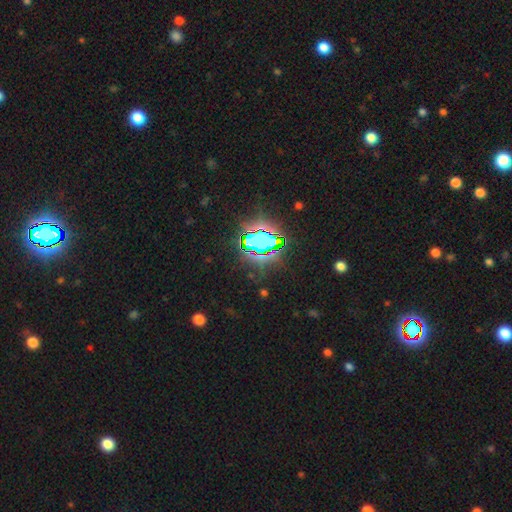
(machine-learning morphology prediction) Smooth or featured?
  - star or artifact: 82% *
  - smooth: 11%
  - featured or disk: 7%